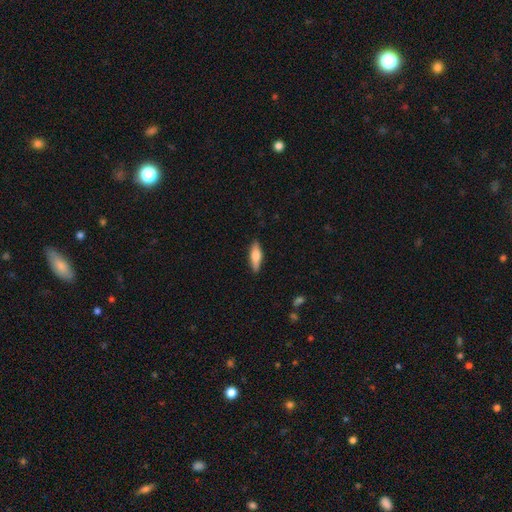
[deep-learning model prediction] Smooth or featured? smooth (67%)
How rounded? cigar-shaped (49%, tied with in between)
Merging? none (86%)